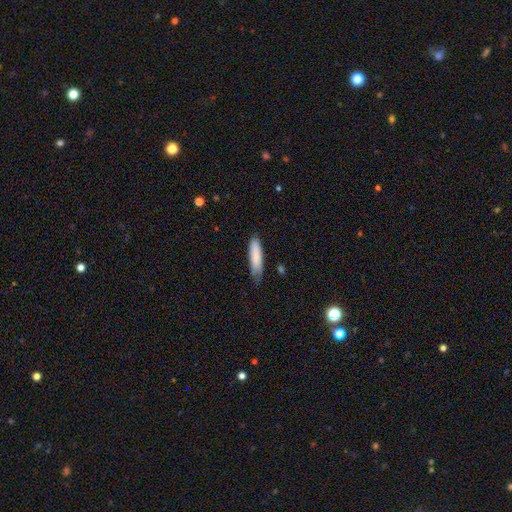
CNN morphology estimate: A smooth galaxy with no disk features (84%) that is cigar-shaped (65%). Merging: none (60%).